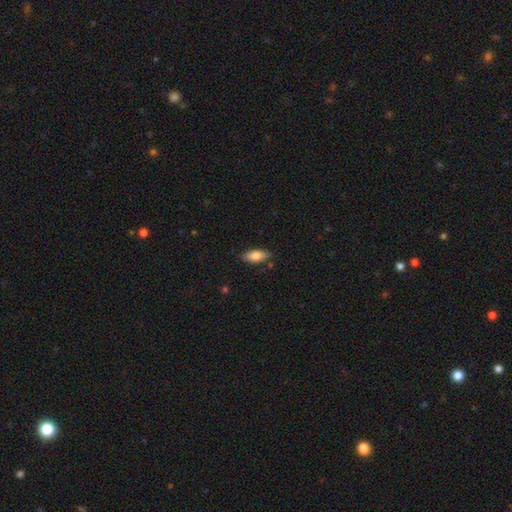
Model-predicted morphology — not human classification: Smooth or featured? smooth (78%)
How rounded? in between (80%)
Merging? none (82%)